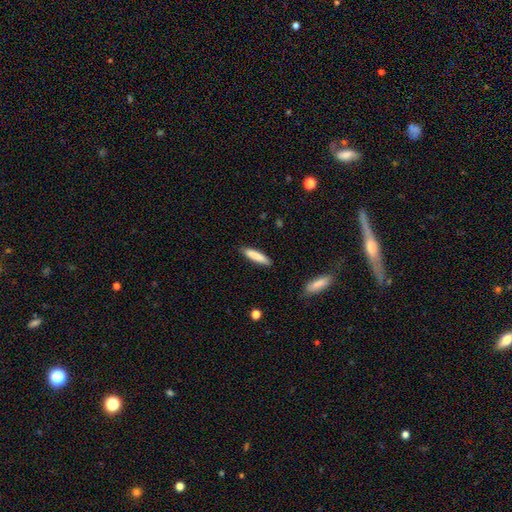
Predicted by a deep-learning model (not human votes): smooth-or-featured: smooth: 83% | featured or disk: 11% | star or artifact: 6%
  how-rounded: cigar-shaped: 82% | in between: 16% | round: 1%
  merging: none: 87% | minor disturbance: 10% | major disturbance: 2% | merger: 2%